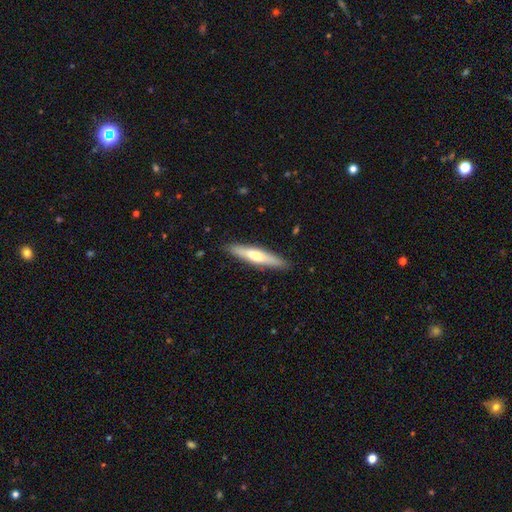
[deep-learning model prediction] The model was most divided on "smooth or featured": smooth: 50%, featured or disk: 45%, star or artifact: 5%. More confident: merging — none (89%).